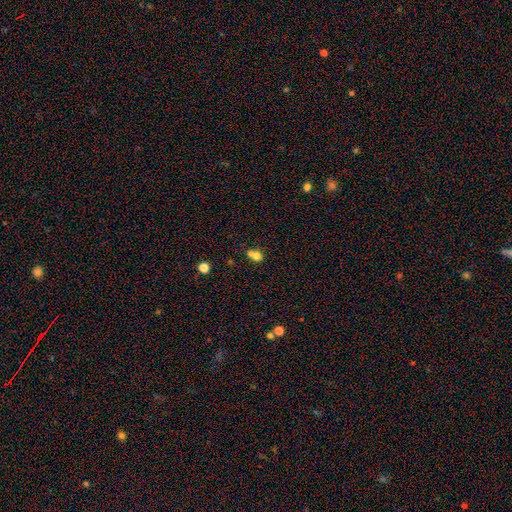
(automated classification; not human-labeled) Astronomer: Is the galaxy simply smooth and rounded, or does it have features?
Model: smooth — 74%.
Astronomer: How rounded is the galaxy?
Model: round — 61% (runner-up: in between, 38%).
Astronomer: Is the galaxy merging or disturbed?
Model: merger — 47% (runner-up: none, 34%).